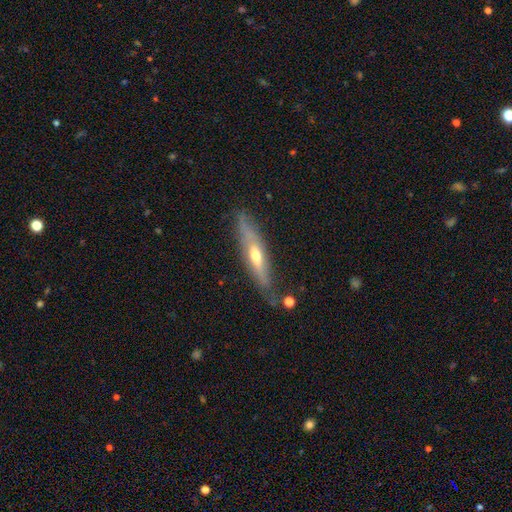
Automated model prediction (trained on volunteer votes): This appears to be a featured or disk galaxy (62%) viewed edge-on (87%) with a rounded central bulge (86%). Merging: none (78%).